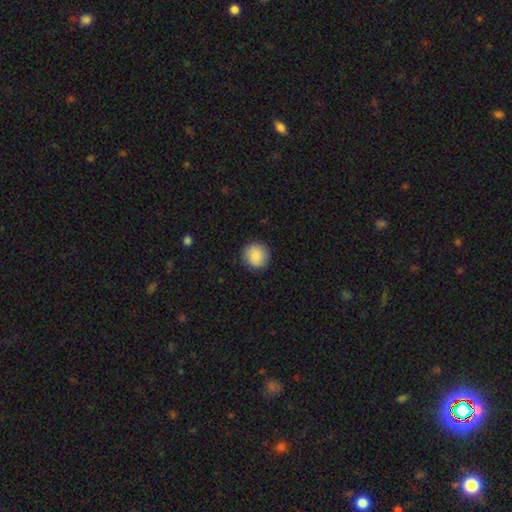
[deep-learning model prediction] smooth 89%, star or artifact 7%, featured or disk 4%. Down the decision tree: how rounded — round (92%); merging — none (89%).